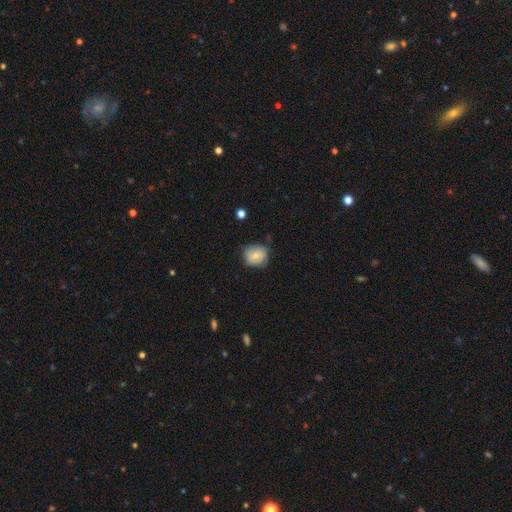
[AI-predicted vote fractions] Smooth or featured? Predicted: smooth (p=0.62). How rounded? Predicted: round (p=0.79). Merging? Predicted: none (p=0.64).